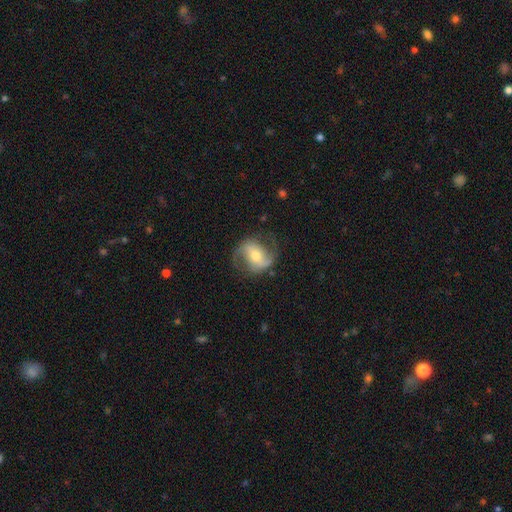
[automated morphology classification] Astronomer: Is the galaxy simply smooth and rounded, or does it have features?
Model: featured or disk — 82%.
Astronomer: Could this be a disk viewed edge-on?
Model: no — 97%.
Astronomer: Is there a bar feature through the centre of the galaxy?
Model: weak — 38% (runner-up: no, 31%).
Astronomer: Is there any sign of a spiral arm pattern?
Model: yes — 94%.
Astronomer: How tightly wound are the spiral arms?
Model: loose — 46% (runner-up: medium, 40%).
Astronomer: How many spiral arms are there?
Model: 2 — 91%.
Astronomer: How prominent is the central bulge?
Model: moderate — 55% (runner-up: small, 38%).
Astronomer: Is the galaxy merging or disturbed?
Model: none — 75%.